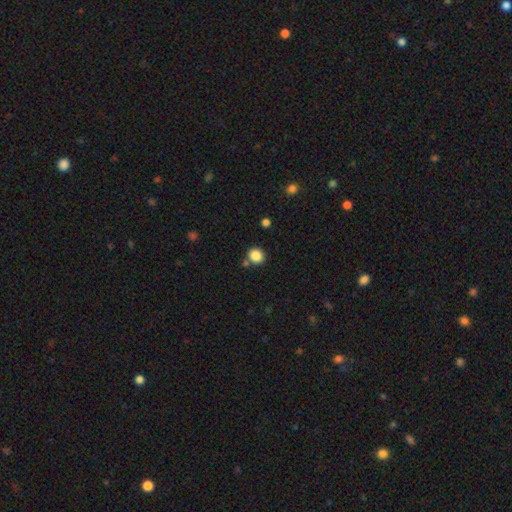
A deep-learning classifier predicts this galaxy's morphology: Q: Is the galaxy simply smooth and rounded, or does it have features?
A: smooth — 86%.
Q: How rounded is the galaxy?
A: round — 82%.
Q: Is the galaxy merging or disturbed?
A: none — 77%.